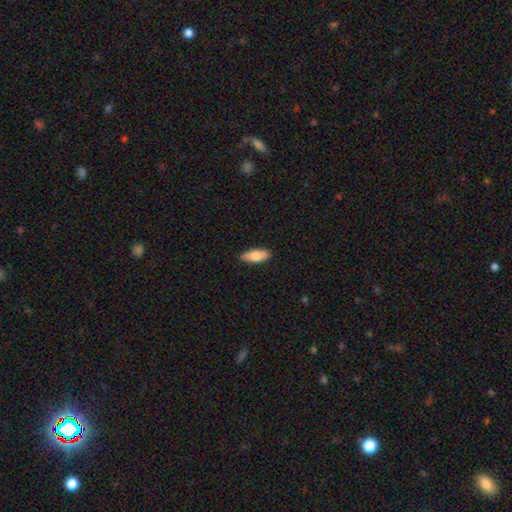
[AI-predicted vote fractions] Morphology: type=smooth (82%); roundness=in between (79%); merging=none (88%).